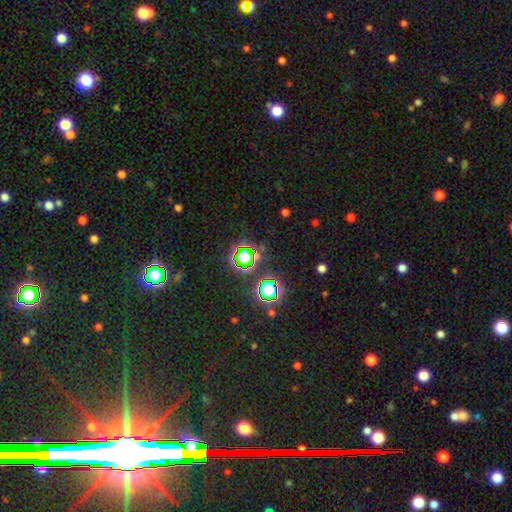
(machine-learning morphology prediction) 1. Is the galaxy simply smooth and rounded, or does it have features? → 79% star or artifact, 12% smooth, 10% featured or disk.